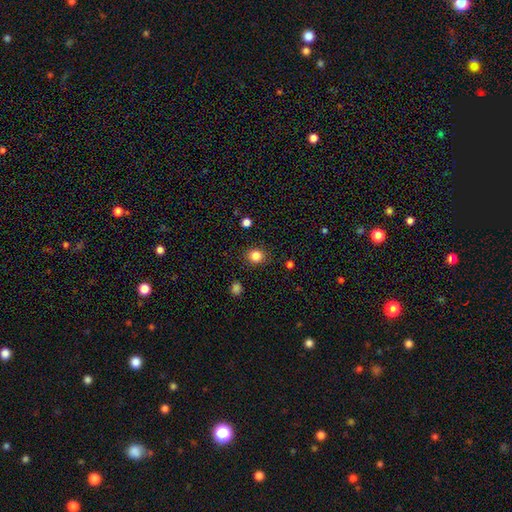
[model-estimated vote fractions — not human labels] A smooth galaxy with no disk features (84%) that is round (83%). Merging: none (88%).